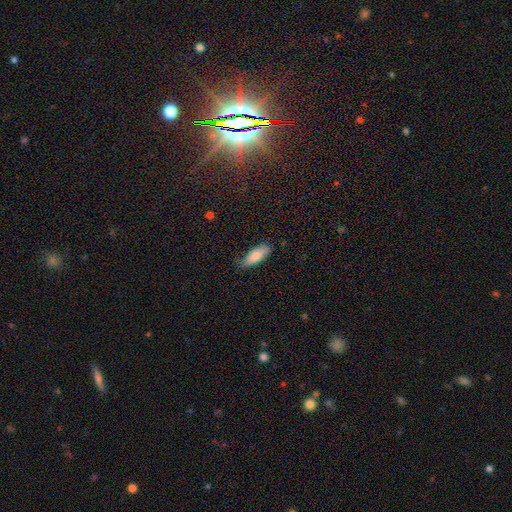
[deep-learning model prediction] A smooth galaxy with no disk features (80%) that is in between round and cigar-shaped (73%).

Vote fractions:
- Smooth or featured? smooth: 80% / featured or disk: 13% / star or artifact: 6%
- How rounded? in between: 73% / cigar-shaped: 26% / round: 2%
- Merging? none: 68% / minor disturbance: 26% / major disturbance: 4% / merger: 1%